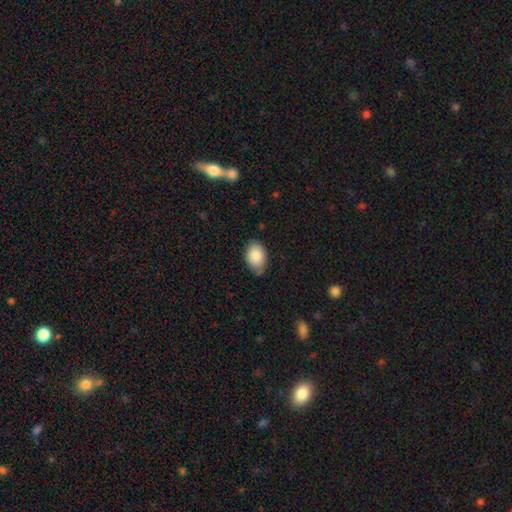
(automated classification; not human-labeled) smooth_or_featured: smooth (p=0.87) [alt: star or artifact p=0.07]
how_rounded: in between (p=0.86) [alt: round p=0.13]
merging: none (p=0.74) [alt: minor disturbance p=0.21]